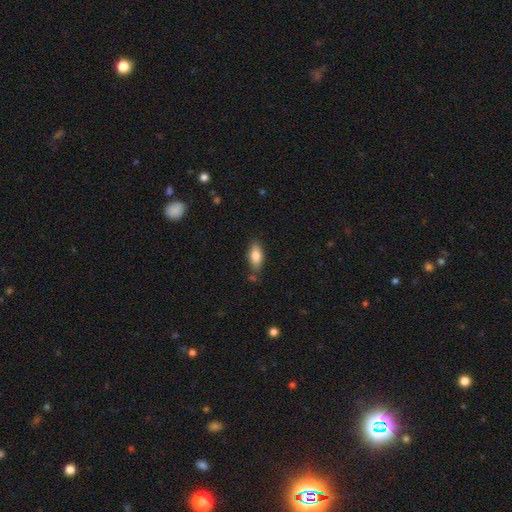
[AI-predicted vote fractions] smooth_or_featured: smooth (p=0.79) [alt: featured or disk p=0.14]
how_rounded: in between (p=0.83) [alt: cigar-shaped p=0.14]
merging: none (p=0.74) [alt: minor disturbance p=0.17]